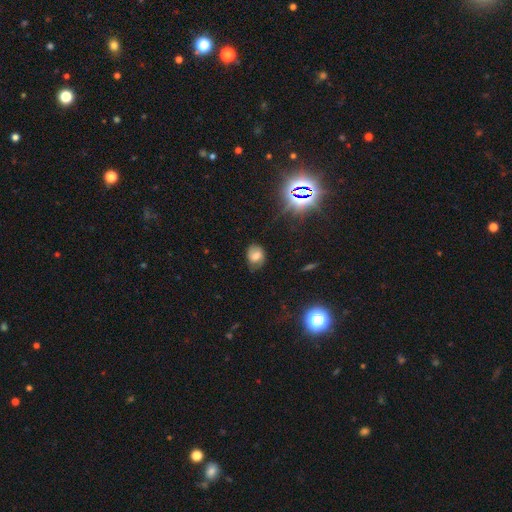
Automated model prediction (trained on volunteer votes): Smooth or featured? Predicted: smooth (p=0.52). How rounded? Predicted: in between (p=0.53). Merging? Predicted: none (p=0.68).